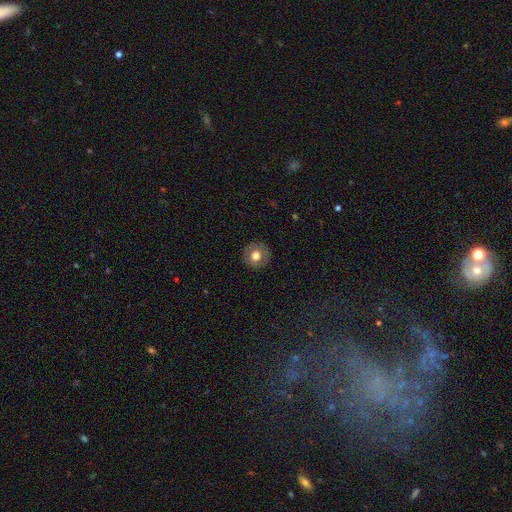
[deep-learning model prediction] Morphology: type=smooth (70%); roundness=round (93%); merging=none (89%).